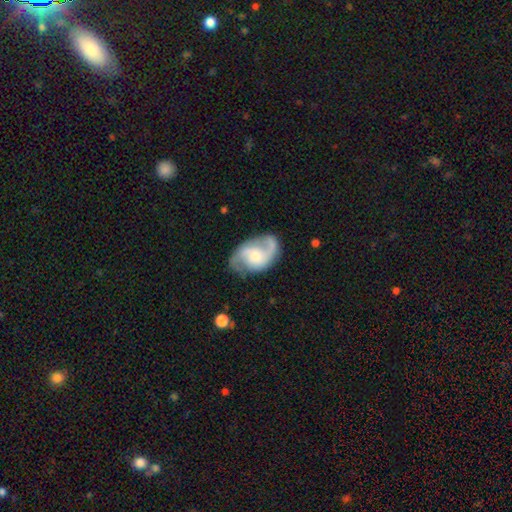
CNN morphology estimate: Q: Smooth or featured?
A: featured or disk (83%); runner-up: smooth (12%)
Q: Edge-on disk?
A: no (97%); runner-up: yes (3%)
Q: Bar?
A: no (56%); runner-up: weak (36%)
Q: Spiral arms?
A: yes (96%); runner-up: no (4%)
Q: Spiral winding?
A: medium (50%); runner-up: loose (34%)
Q: Spiral arm count?
A: 2 (87%); runner-up: 1 (5%)
Q: Bulge size?
A: moderate (45%); runner-up: small (41%)
Q: Merging?
A: none (72%); runner-up: minor disturbance (17%)